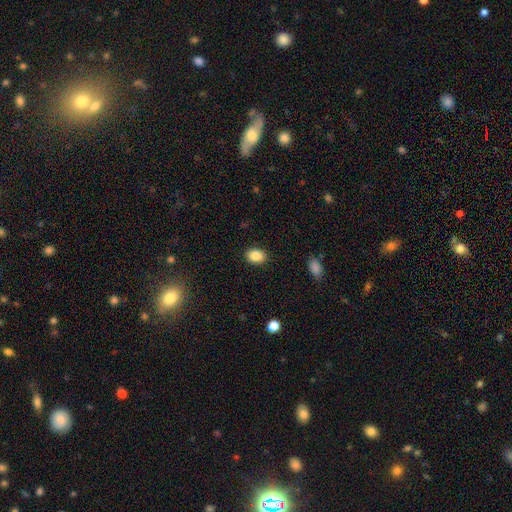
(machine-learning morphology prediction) Q: Smooth or featured?
A: smooth (87%); runner-up: star or artifact (8%)
Q: How rounded?
A: in between (73%); runner-up: round (26%)
Q: Merging?
A: none (88%); runner-up: minor disturbance (8%)